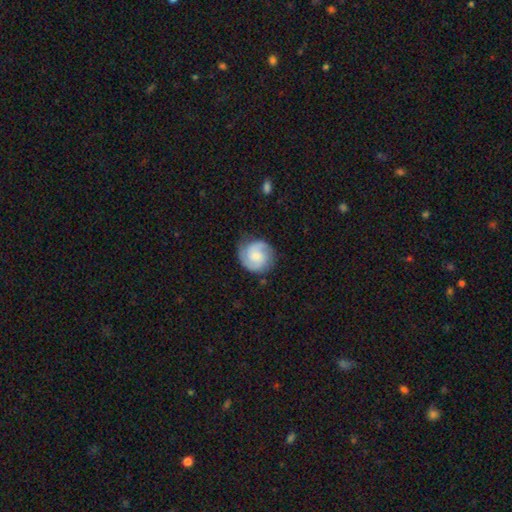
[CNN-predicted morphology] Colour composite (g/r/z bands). It shows a featured or disk galaxy (73%) with no bar (55%), 2 (85%) medium (44%) spiral arms (96%) and a small central bulge (44%). Merging: none (79%).